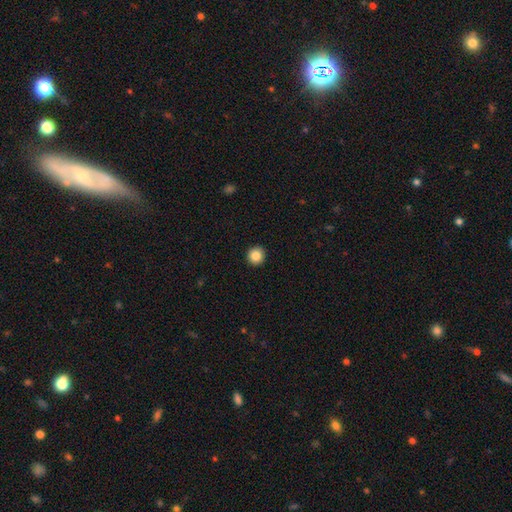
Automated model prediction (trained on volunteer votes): smooth_or_featured: smooth (p=0.86) [alt: star or artifact p=0.10]
how_rounded: round (p=0.93) [alt: in between p=0.06]
merging: none (p=0.93) [alt: minor disturbance p=0.04]